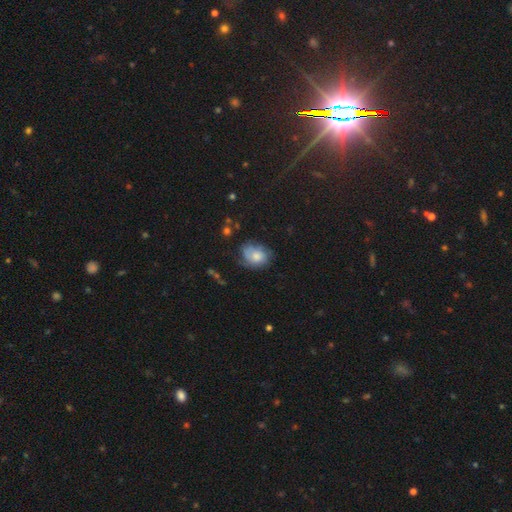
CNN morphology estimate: Smooth or featured: smooth — 62% (featured or disk — 29%)
How rounded: in between — 54% (round — 45%)
Merging: none — 57% (minor disturbance — 29%)